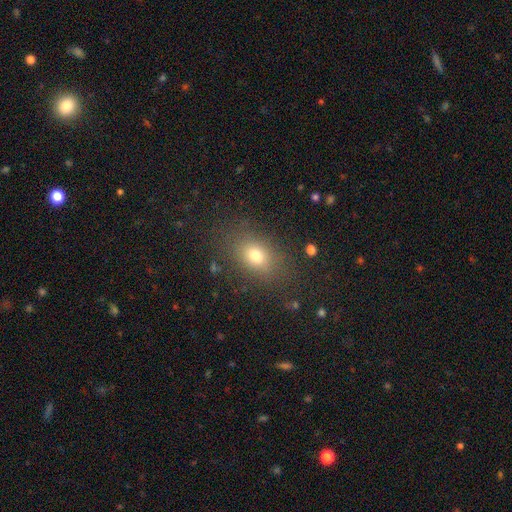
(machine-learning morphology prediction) A smooth galaxy with no disk features (75%) that is in between round and cigar-shaped (71%). Merging: none (81%).